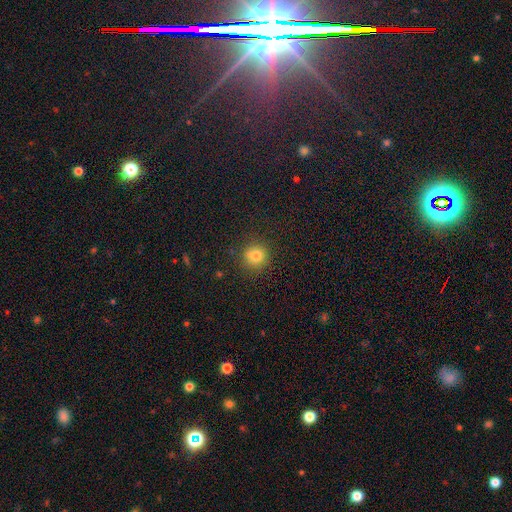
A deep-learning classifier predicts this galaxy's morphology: smooth-or-featured: smooth: 79% | star or artifact: 14% | featured or disk: 7%
  how-rounded: round: 89% | in between: 10% | cigar-shaped: 1%
  merging: none: 84% | minor disturbance: 10% | major disturbance: 3% | merger: 3%